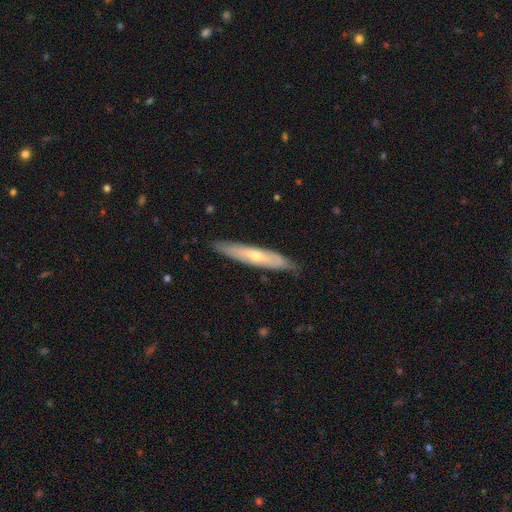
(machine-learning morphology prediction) Smooth or featured? featured or disk (54%)
Edge-on disk? yes (67%)
Merging? none (83%)